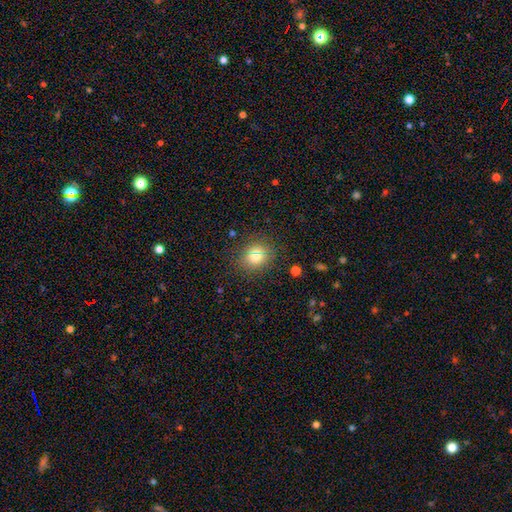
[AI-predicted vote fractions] Morphology: type=smooth (73%); roundness=round (75%); merging=none (85%).